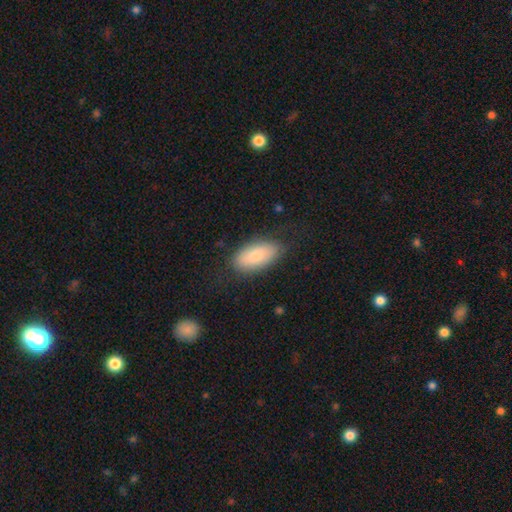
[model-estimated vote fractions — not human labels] This appears to be a smooth galaxy with no disk features (78%) that is in between round and cigar-shaped (92%). Merging: none (79%).